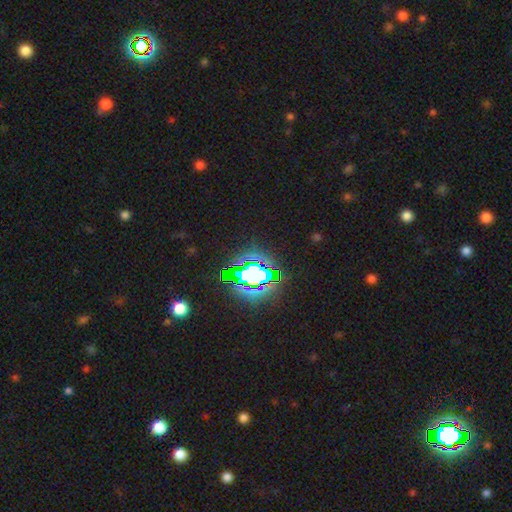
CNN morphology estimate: Overall: star or artifact (81%).